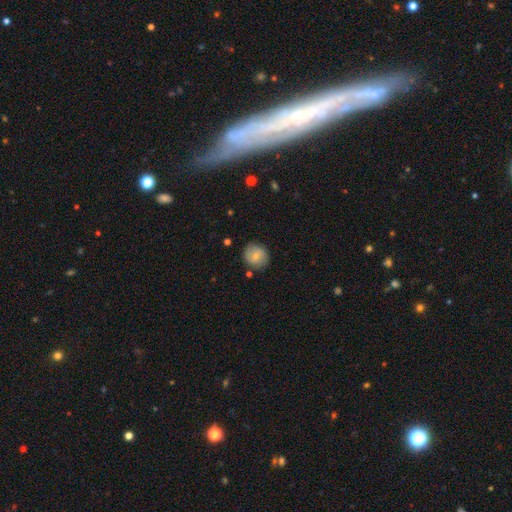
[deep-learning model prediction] This appears to be a smooth galaxy with no disk features (62%) that is round (83%). Merging: none (80%).